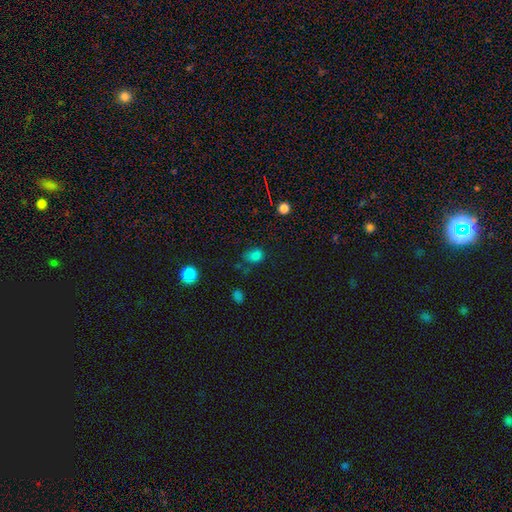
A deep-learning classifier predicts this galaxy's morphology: smooth 76%, star or artifact 17%, featured or disk 7%. Down the decision tree: how rounded — in between (57%); merging — none (52%).